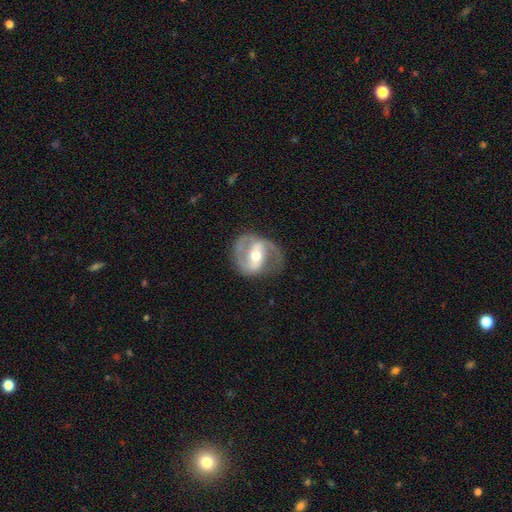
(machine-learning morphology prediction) featured or disk 84%, smooth 11%, star or artifact 5%. Down the decision tree: edge-on disk — no (97%); bar — strong (43%); spiral arms — yes (90%); spiral arm count — 2 (85%); spiral winding — medium (52%); bulge size — moderate (72%); merging — none (71%).